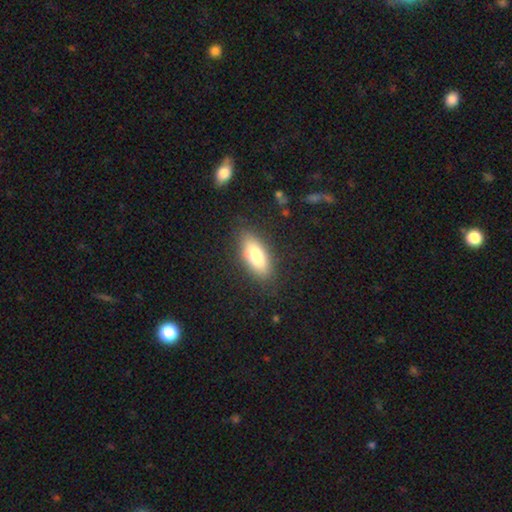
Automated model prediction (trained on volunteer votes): This appears to be a smooth galaxy with no disk features (76%) that is in between round and cigar-shaped (79%). Merging: none (84%).